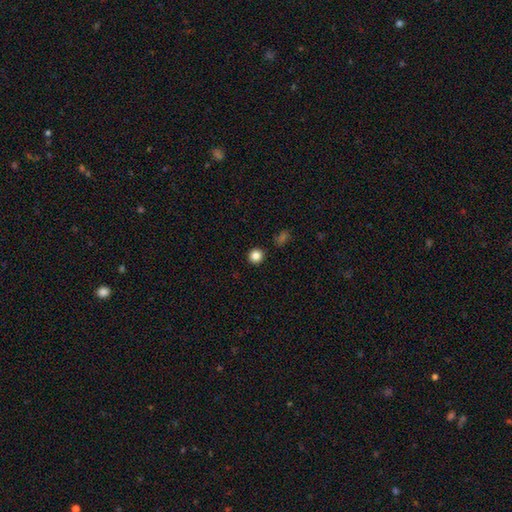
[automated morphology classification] A smooth galaxy with no disk features (85%) that is round (93%). Merging: none (92%).